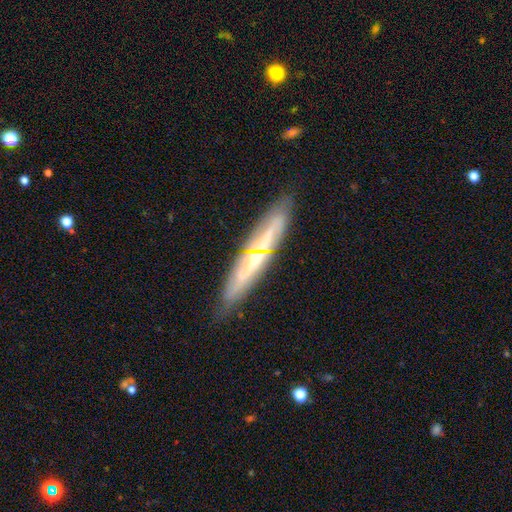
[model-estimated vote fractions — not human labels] featured or disk 65%, smooth 26%, star or artifact 9%. Down the decision tree: edge-on disk — yes (75%); merging — none (79%).